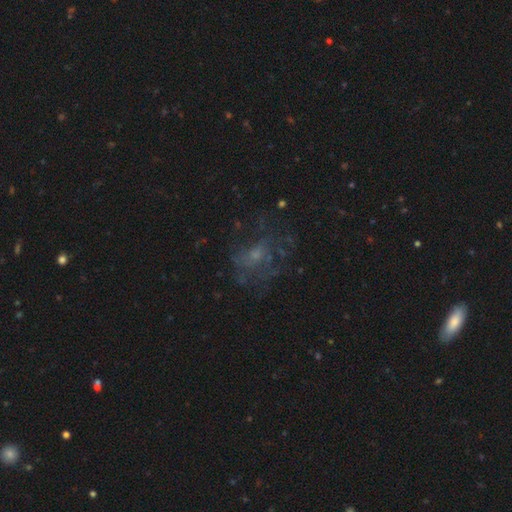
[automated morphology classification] Smooth or featured? featured or disk (52%)
Edge-on disk? no (97%)
Bar? no (81%)
Spiral arms? no (58%)
Bulge size? small (50%)
Merging? none (53%)